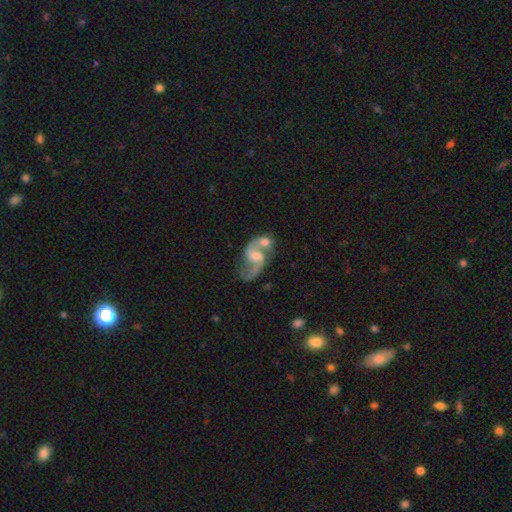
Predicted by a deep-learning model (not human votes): smooth-or-featured: featured or disk: 81% | smooth: 12% | star or artifact: 7%
  disk-edge-on: no: 97% | yes: 3%
    bar: weak: 50% | no: 33% | strong: 17%
    has-spiral-arms: yes: 92% | no: 8%
      spiral-winding: loose: 65% | medium: 30% | tight: 5%
      spiral-arm-count: 2: 87% | 1: 7% | can't tell: 3% | 3: 1% | 4: 1% | more than 4: 1%
    bulge-size: moderate: 40% | small: 28% | none: 18% | large: 11% | dominant: 2%
  merging: merger: 43% | none: 34% | minor disturbance: 13% | major disturbance: 11%